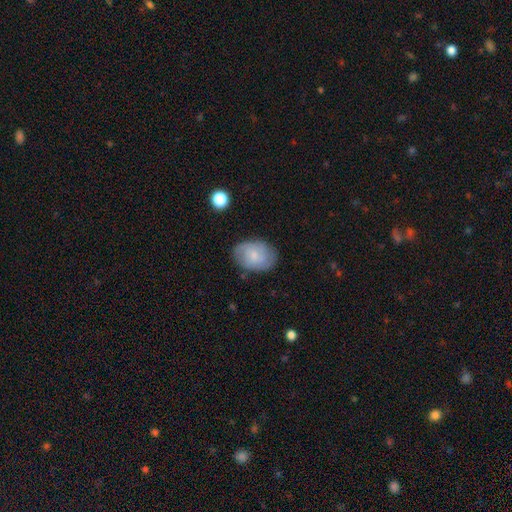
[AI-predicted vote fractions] smooth 59%, featured or disk 33%, star or artifact 7%. Down the decision tree: how rounded — in between (77%); merging — none (74%).